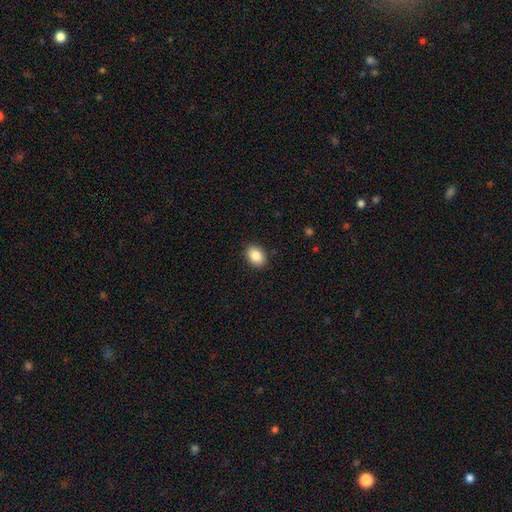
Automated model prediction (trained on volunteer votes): Smooth or featured: smooth — 86% (star or artifact — 8%)
How rounded: in between — 76% (round — 23%)
Merging: none — 90% (minor disturbance — 7%)